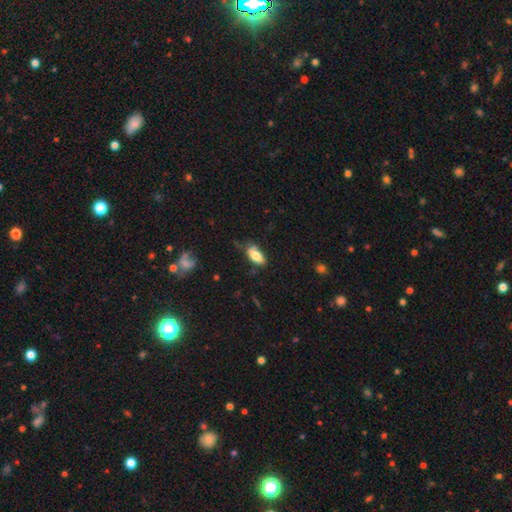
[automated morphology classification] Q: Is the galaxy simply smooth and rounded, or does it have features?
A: smooth — 79%.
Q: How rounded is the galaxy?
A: in between — 88%.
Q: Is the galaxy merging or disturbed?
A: none — 60%.